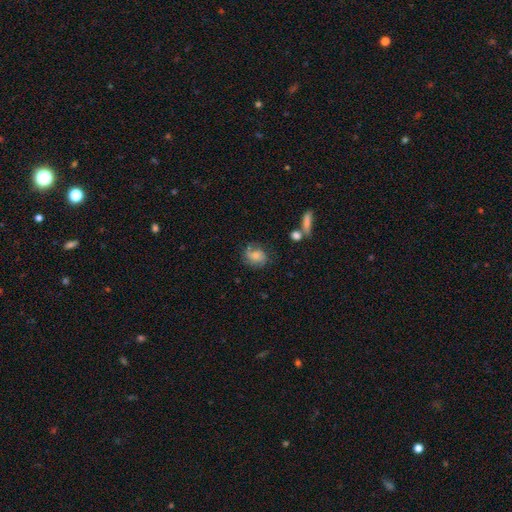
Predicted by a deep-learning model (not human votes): Smooth or featured?
  - featured or disk: 55% *
  - smooth: 36%
  - star or artifact: 9%
Edge-on disk?
  - no: 97% *
  - yes: 3%
Bar?
  - no: 68% *
  - weak: 27%
  - strong: 5%
Spiral arms?
  - yes: 89% *
  - no: 11%
Bulge size?
  - small: 29% * (tied)
  - none: 29% * (tied)
  - moderate: 27%
  - large: 13%
  - dominant: 3%
Merging?
  - none: 58% *
  - minor disturbance: 23%
  - major disturbance: 15%
  - merger: 4%